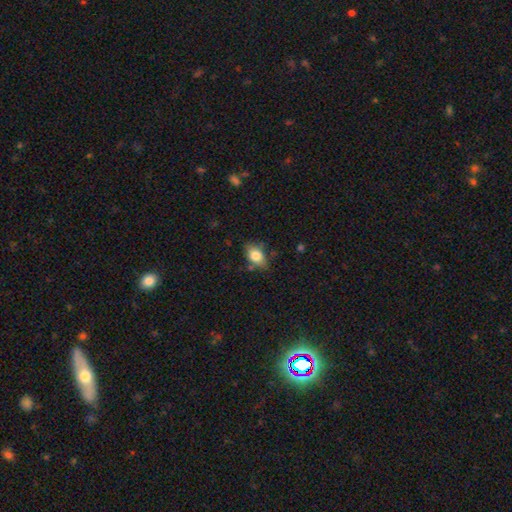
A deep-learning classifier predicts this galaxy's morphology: This appears to be a smooth galaxy with no disk features (82%) that is in between round and cigar-shaped (82%). Merging: none (69%).